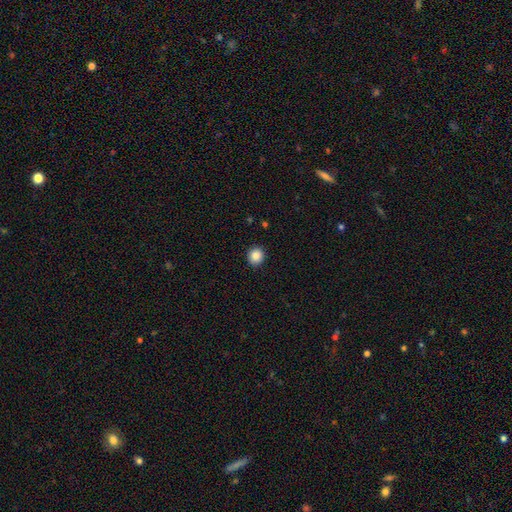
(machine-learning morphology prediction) Smooth or featured: smooth — 87% (star or artifact — 9%)
How rounded: round — 88% (in between — 11%)
Merging: none — 92% (minor disturbance — 5%)